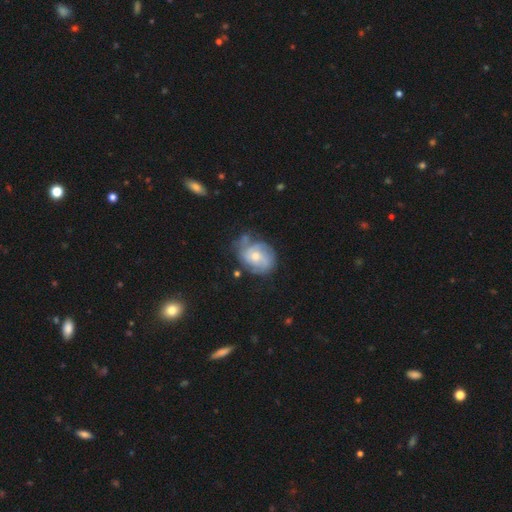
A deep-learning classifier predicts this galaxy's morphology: type=featured or disk (65%); edge-on=no (97%); bar=no (70%); spiral arms=yes (83%); winding=tight (49%); arm count=can't tell (38%); bulge=moderate (57%); merging=none (57%).